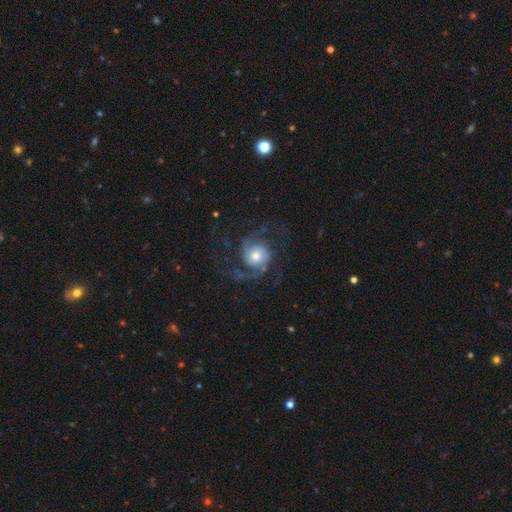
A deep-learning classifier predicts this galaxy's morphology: smooth_or_featured: featured or disk (p=0.86) [alt: smooth p=0.09]
disk_edge_on: no (p=0.98) [alt: yes p=0.02]
bar: no (p=0.74) [alt: weak p=0.22]
has_spiral_arms: yes (p=0.97) [alt: no p=0.03]
spiral_winding: medium (p=0.51) [alt: loose p=0.27]
spiral_arm_count: 2 (p=0.63) [alt: 3 p=0.18]
bulge_size: moderate (p=0.57) [alt: large p=0.23]
merging: none (p=0.66) [alt: major disturbance p=0.18]